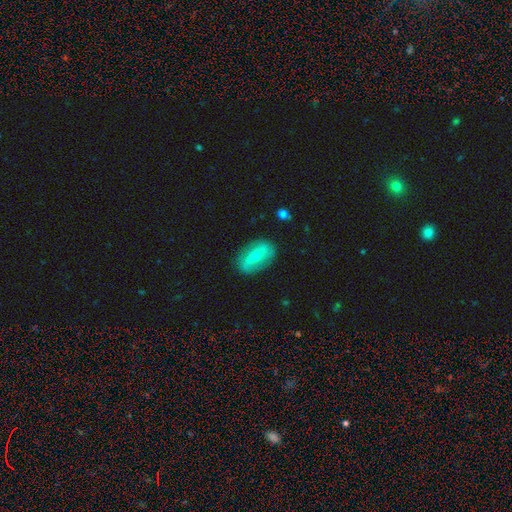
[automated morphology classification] A featured or disk galaxy (52%). Merging: none (79%).